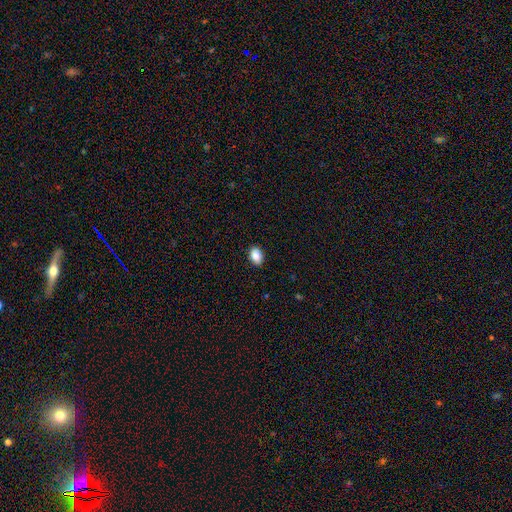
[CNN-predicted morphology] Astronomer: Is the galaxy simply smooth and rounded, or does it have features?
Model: smooth — 89%.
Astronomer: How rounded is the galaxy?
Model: in between — 87%.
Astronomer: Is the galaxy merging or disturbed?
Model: none — 89%.